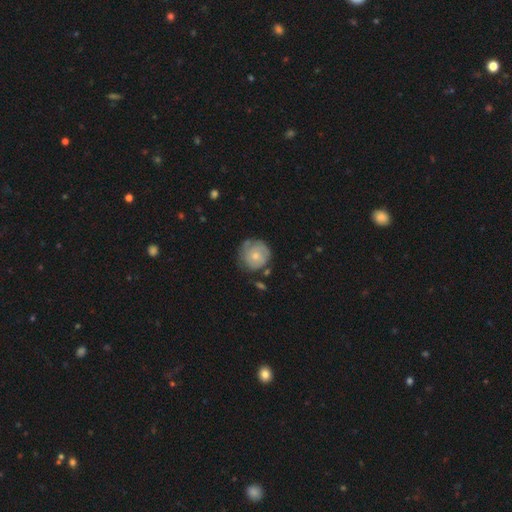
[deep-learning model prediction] smooth_or_featured: smooth (p=0.49) [alt: featured or disk p=0.45]
merging: none (p=0.67) [alt: minor disturbance p=0.22]